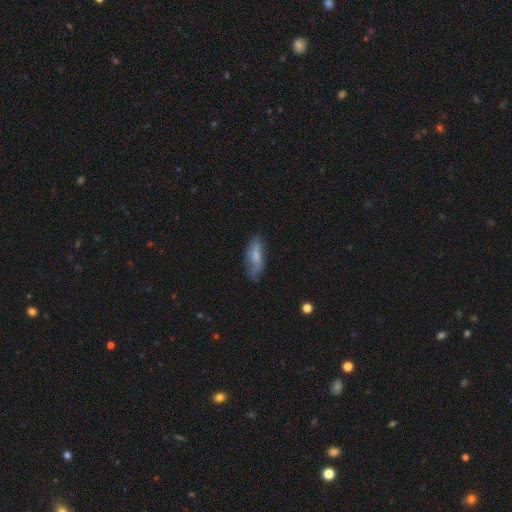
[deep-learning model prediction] A smooth galaxy with no disk features (62%) that is in between round and cigar-shaped (71%). Merging: none (65%).